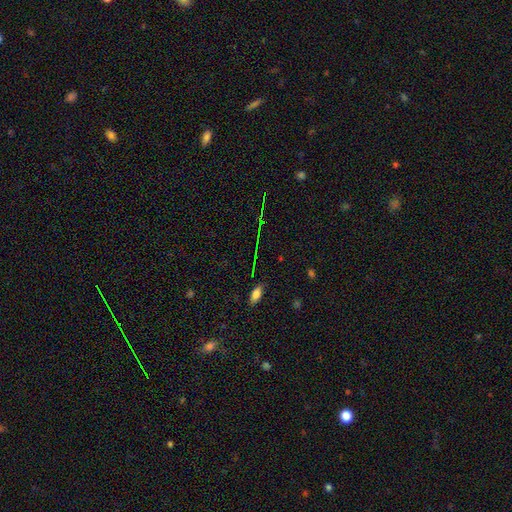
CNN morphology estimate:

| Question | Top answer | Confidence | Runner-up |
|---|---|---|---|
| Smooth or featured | star or artifact | 60% | smooth (27%) |